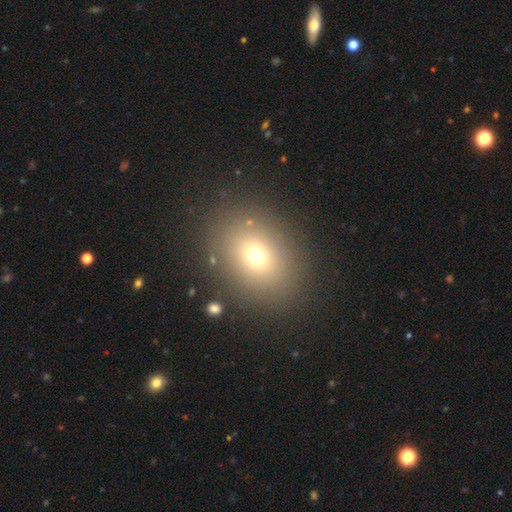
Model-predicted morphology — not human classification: This is likely a smooth galaxy (69%). How rounded: possibly in between (53%). Merging: clearly none (85%).